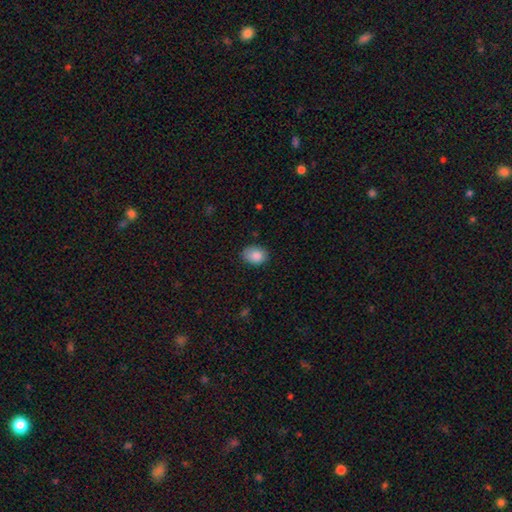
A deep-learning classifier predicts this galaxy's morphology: smooth_or_featured: smooth (p=0.87) [alt: star or artifact p=0.08]
how_rounded: in between (p=0.67) [alt: round p=0.32]
merging: none (p=0.79) [alt: minor disturbance p=0.17]